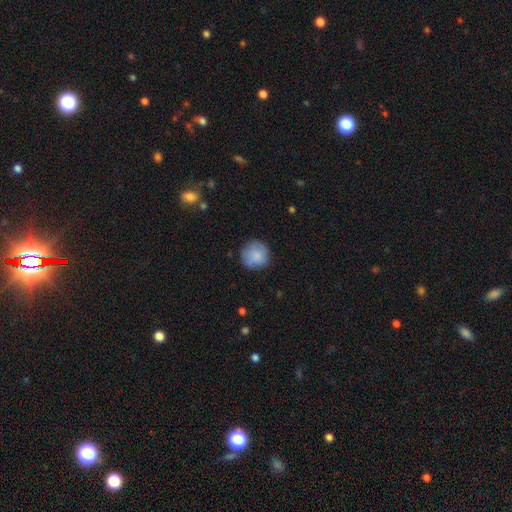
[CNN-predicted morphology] Smooth or featured? smooth (83%)
How rounded? round (92%)
Merging? none (81%)